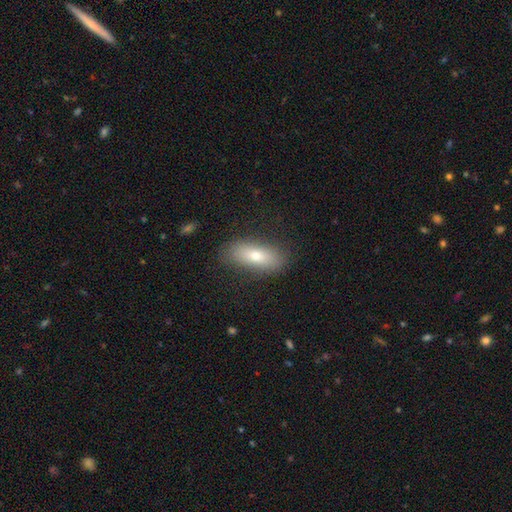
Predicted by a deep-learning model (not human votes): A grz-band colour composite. It shows a smooth galaxy with no disk features (71%) that is in between round and cigar-shaped (70%). Merging: none (82%).